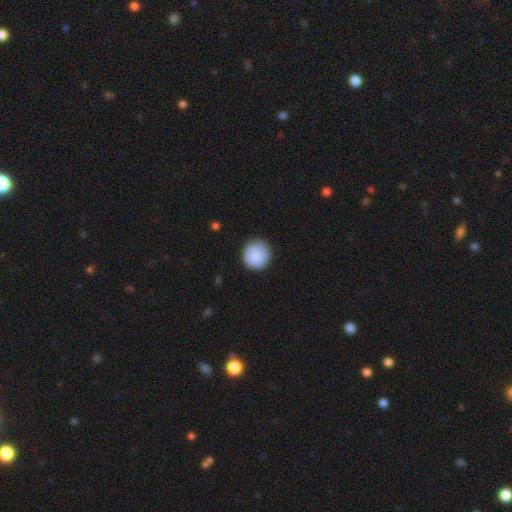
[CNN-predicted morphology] smooth_or_featured: smooth (p=0.88) [alt: star or artifact p=0.06]
how_rounded: round (p=0.92) [alt: in between p=0.07]
merging: none (p=0.87) [alt: minor disturbance p=0.10]